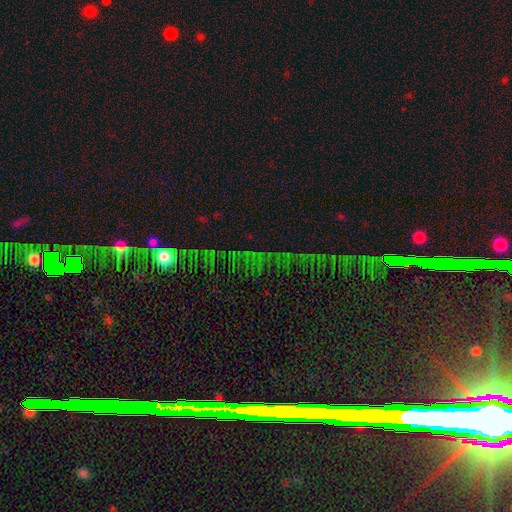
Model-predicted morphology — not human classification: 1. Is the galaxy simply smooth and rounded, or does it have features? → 75% star or artifact, 13% smooth, 12% featured or disk.